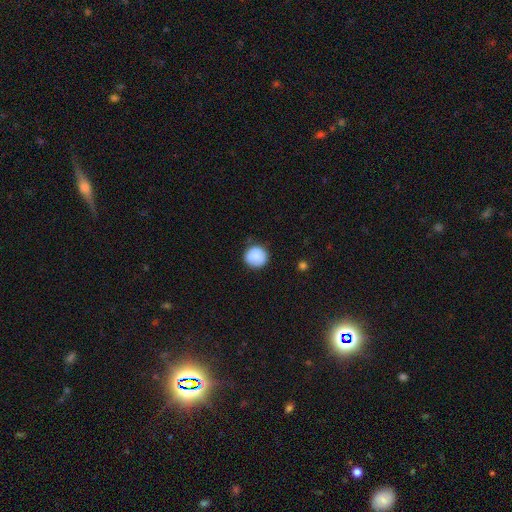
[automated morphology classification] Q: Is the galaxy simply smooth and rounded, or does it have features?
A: smooth — 87%.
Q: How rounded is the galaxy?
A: round — 92%.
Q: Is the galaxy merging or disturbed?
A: none — 81%.